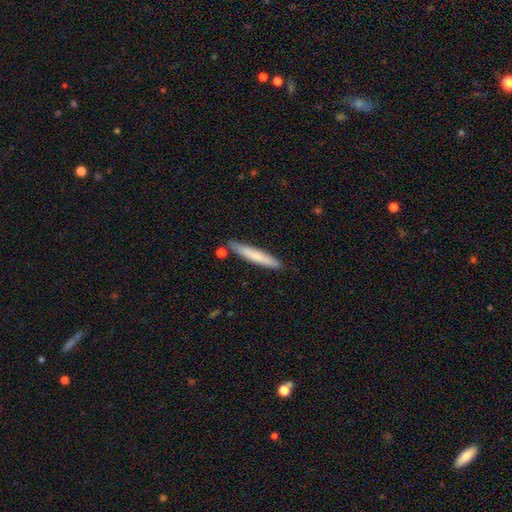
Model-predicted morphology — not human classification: A smooth galaxy with no disk features (70%) that is cigar-shaped (94%). Merging: none (84%).